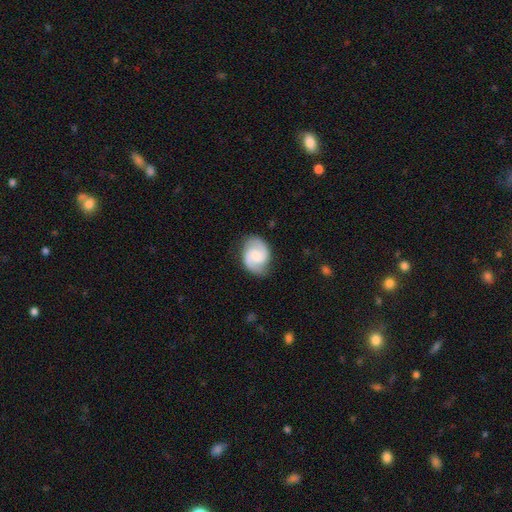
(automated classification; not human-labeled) A featured or disk galaxy (80%) with a weak bar (49%), 2 (92%) medium (55%) spiral arms (97%) and a small central bulge (39%).

Vote fractions:
- Smooth or featured? featured or disk: 80% / smooth: 14% / star or artifact: 5%
- Edge-on disk? no: 98% / yes: 2%
- Bar? weak: 49% / no: 41% / strong: 10%
- Spiral arms? yes: 97% / no: 3%
- Spiral winding? medium: 55% / tight: 29% / loose: 16%
- Spiral arm count? 2: 92% / can't tell: 3% / 1: 2% / 3: 1% / 4: 1% / more than 4: 1%
- Bulge size? small: 39% / moderate: 35% / none: 19% / large: 6% / dominant: 1%
- Merging? none: 82% / minor disturbance: 13% / major disturbance: 4% / merger: 1%